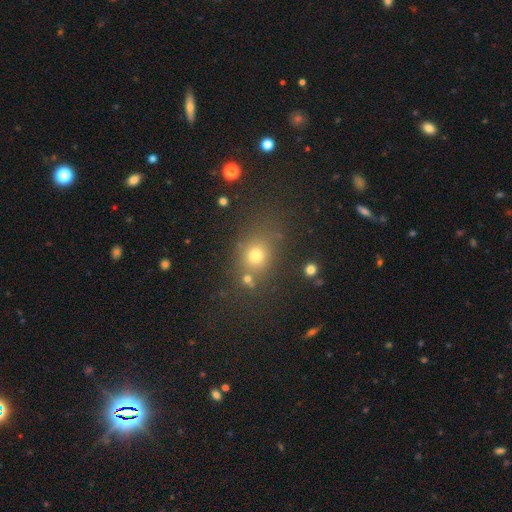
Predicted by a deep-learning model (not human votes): A smooth galaxy with no disk features (69%) that is round (64%). Merging: none (72%).